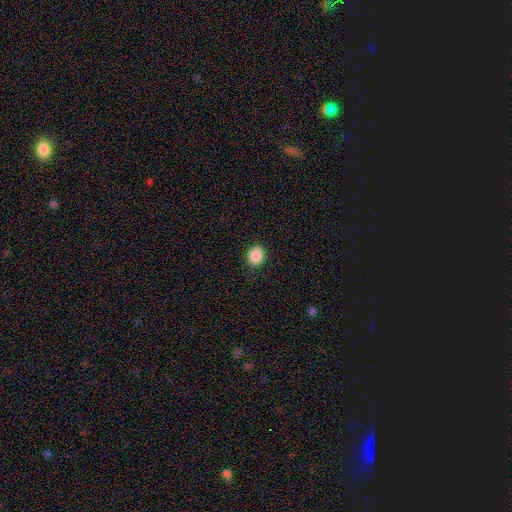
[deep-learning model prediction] smooth 89%, star or artifact 9%, featured or disk 3%. Down the decision tree: how rounded — round (61%); merging — none (88%).